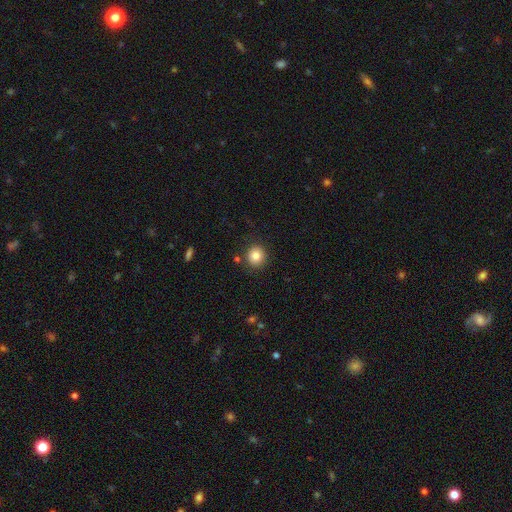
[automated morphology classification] Smooth or featured?
  - smooth: 84% *
  - star or artifact: 10%
  - featured or disk: 6%
How rounded?
  - round: 89% *
  - in between: 10%
  - cigar-shaped: 1%
Merging?
  - none: 87% *
  - minor disturbance: 8%
  - merger: 3%
  - major disturbance: 3%